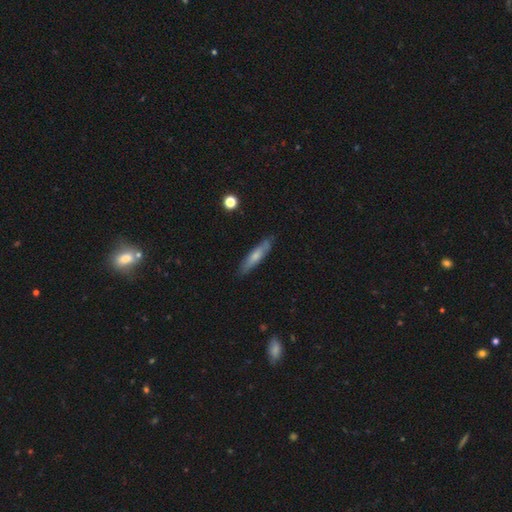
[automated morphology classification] smooth 63%, featured or disk 31%, star or artifact 6%. Down the decision tree: how rounded — cigar-shaped (83%); merging — none (82%).